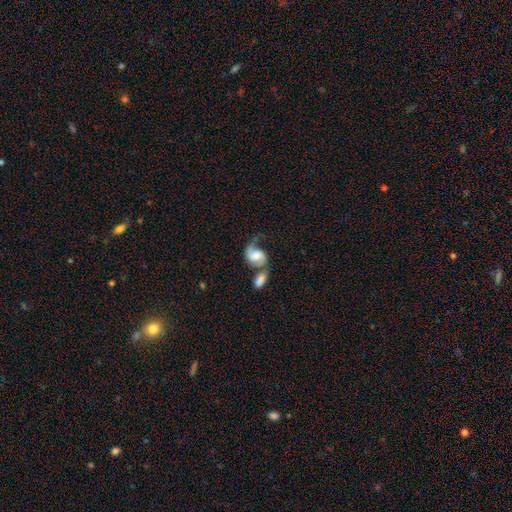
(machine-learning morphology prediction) Overall: featured or disk (55%; smooth 37%). Edge-on disk: no (97%). Bar: no (56%; weak 33%). Spiral arms: yes (87%). Bulge size: moderate (32%; large 31%). Merging: merger (47%; none 25%).